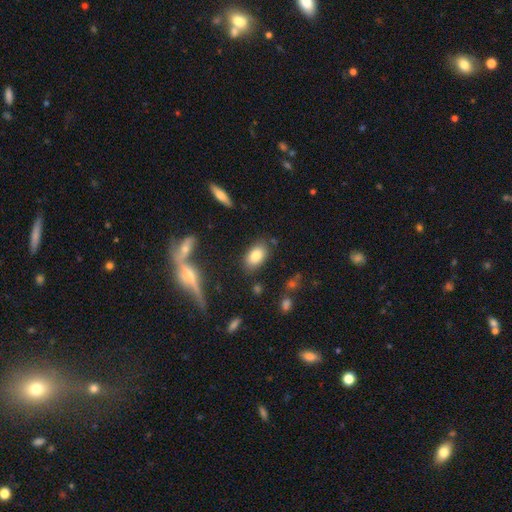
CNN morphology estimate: A smooth galaxy with no disk features (80%) that is in between round and cigar-shaped (90%).

Vote fractions:
- Smooth or featured? smooth: 80% / featured or disk: 11% / star or artifact: 8%
- How rounded? in between: 90% / round: 8% / cigar-shaped: 2%
- Merging? none: 82% / minor disturbance: 12% / merger: 4% / major disturbance: 3%